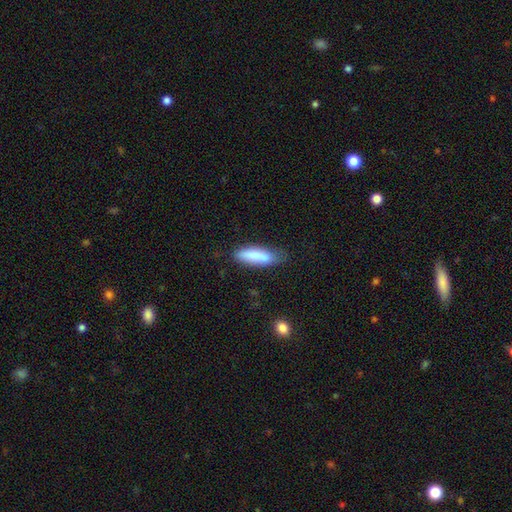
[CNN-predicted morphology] type=smooth (84%); roundness=cigar-shaped (52%); merging=none (64%).